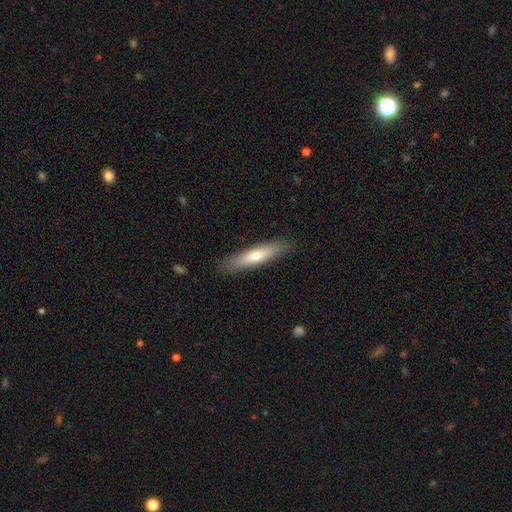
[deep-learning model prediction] A smooth galaxy with no disk features (61%) that is cigar-shaped (83%). Merging: none (88%).